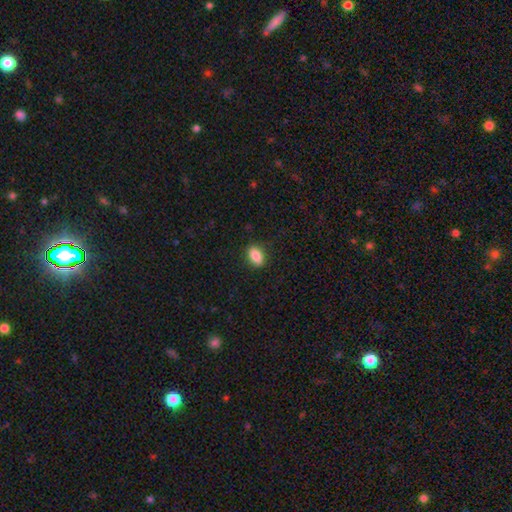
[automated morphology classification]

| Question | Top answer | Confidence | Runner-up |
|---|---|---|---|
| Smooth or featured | smooth | 88% | star or artifact (8%) |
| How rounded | in between | 88% | round (8%) |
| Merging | none | 86% | minor disturbance (10%) |